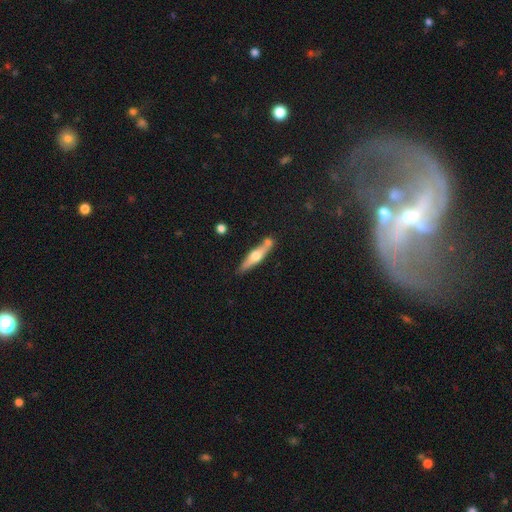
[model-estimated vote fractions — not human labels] smooth_or_featured: featured or disk (p=0.56) [alt: smooth p=0.39]
disk_edge_on: yes (p=0.92) [alt: no p=0.08]
edge_on_bulge: rounded (p=0.92) [alt: boxy p=0.04]
merging: none (p=0.71) [alt: minor disturbance p=0.14]